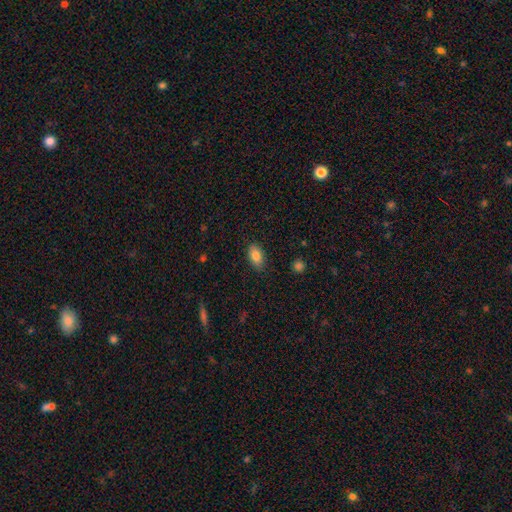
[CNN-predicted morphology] Smooth or featured: smooth — 83% (featured or disk — 9%)
How rounded: in between — 90% (round — 6%)
Merging: none — 84% (minor disturbance — 12%)